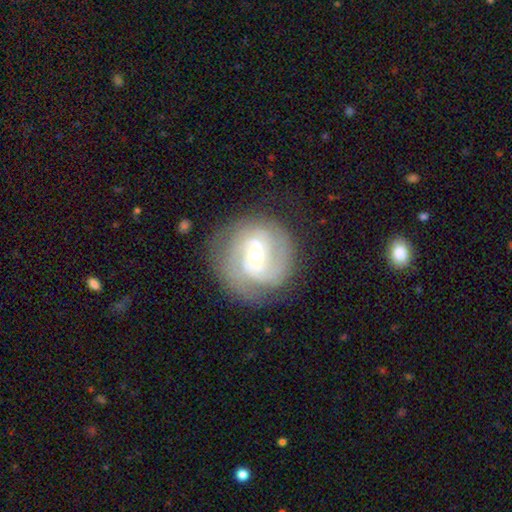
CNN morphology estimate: type=featured or disk (85%); edge-on=no (98%); bar=weak (48%); spiral arms=yes (95%); winding=tight (56%); arm count=2 (42%); bulge=moderate (61%); merging=none (79%).